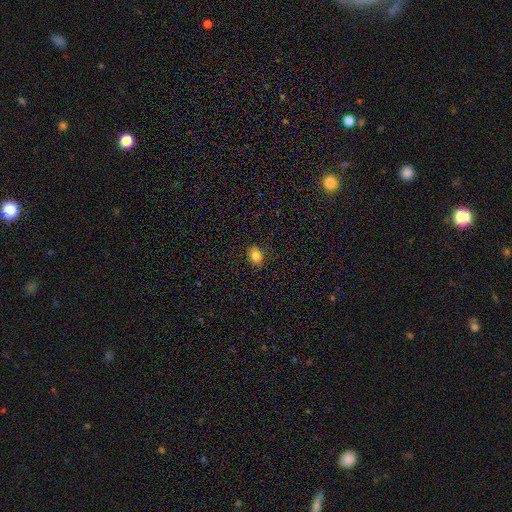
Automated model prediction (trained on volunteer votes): smooth-or-featured: smooth: 84% | star or artifact: 10% | featured or disk: 6%
  how-rounded: in between: 69% | round: 30% | cigar-shaped: 1%
  merging: none: 87% | minor disturbance: 10% | major disturbance: 2% | merger: 1%